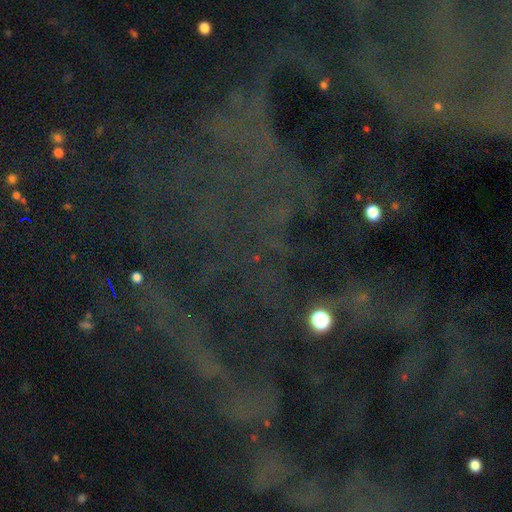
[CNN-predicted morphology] Smooth or featured? Predicted: star or artifact (p=0.78).